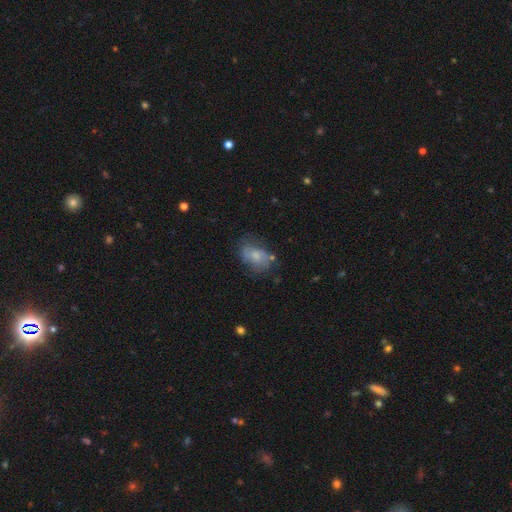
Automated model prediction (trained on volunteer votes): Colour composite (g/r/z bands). It shows a smooth galaxy with no disk features (59%) that is in between round and cigar-shaped (81%). Merging: none (53%).